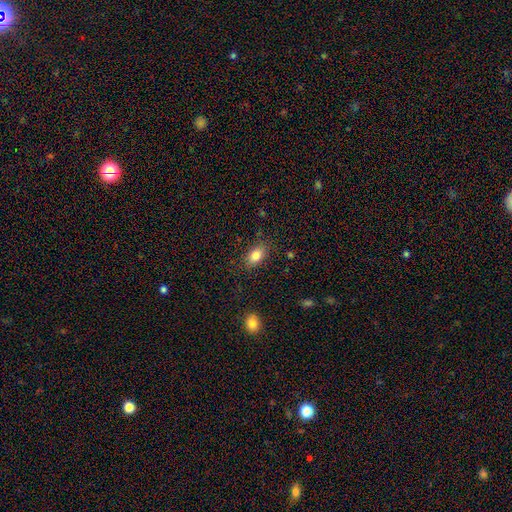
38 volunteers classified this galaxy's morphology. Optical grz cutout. It shows a smooth galaxy with no disk features (82%) that is in between round and cigar-shaped (84%). Merging: none (83%).